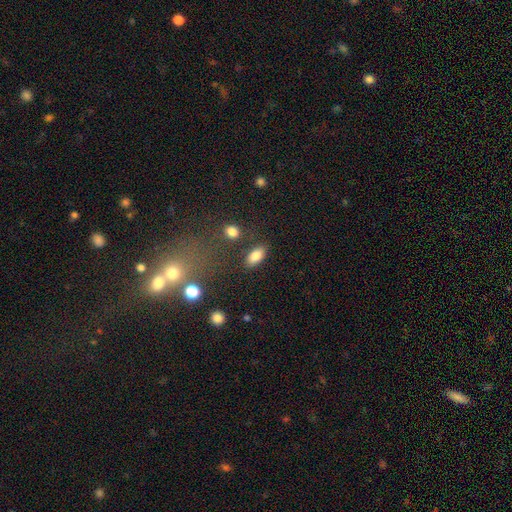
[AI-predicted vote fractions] Smooth or featured? Predicted: smooth (p=0.85). How rounded? Predicted: in between (p=0.89). Merging? Predicted: none (p=0.82).